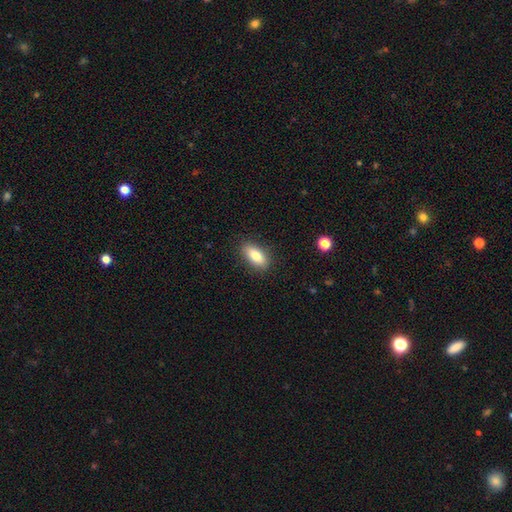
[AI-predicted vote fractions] Overall: smooth (78%). How rounded: in between (83%). Merging: none (87%).